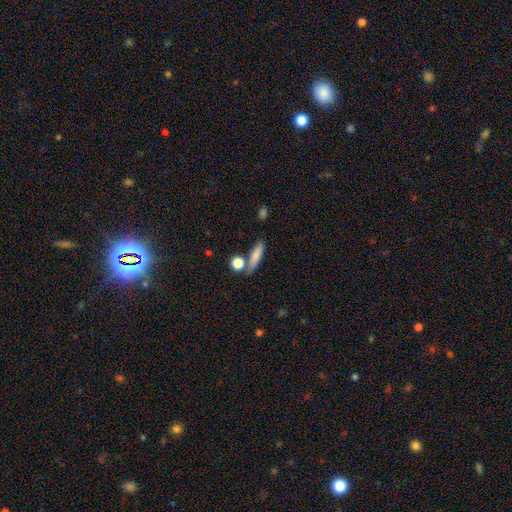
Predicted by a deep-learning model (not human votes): Smooth or featured? Predicted: smooth (p=0.77). How rounded? Predicted: cigar-shaped (p=0.67). Merging? Predicted: none (p=0.69).